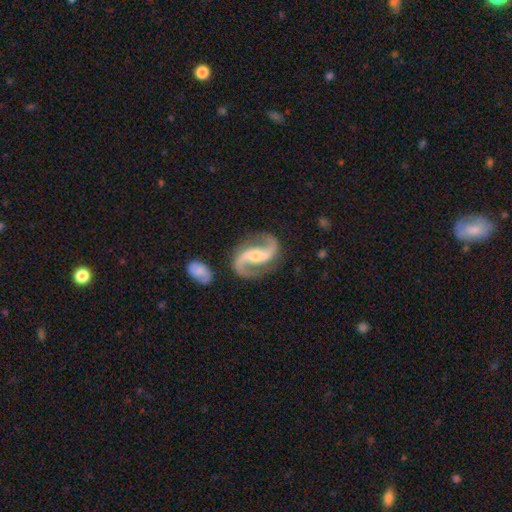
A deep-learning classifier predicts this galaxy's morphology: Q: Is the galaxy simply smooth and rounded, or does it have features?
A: featured or disk — 93%.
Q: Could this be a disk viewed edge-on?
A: no — 98%.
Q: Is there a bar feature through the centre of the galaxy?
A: weak — 37%.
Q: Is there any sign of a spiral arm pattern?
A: yes — 98%.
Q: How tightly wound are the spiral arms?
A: medium — 50%.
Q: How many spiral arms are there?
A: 2 — 95%.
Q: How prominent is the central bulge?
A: moderate — 47%.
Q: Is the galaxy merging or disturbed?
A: none — 82%.